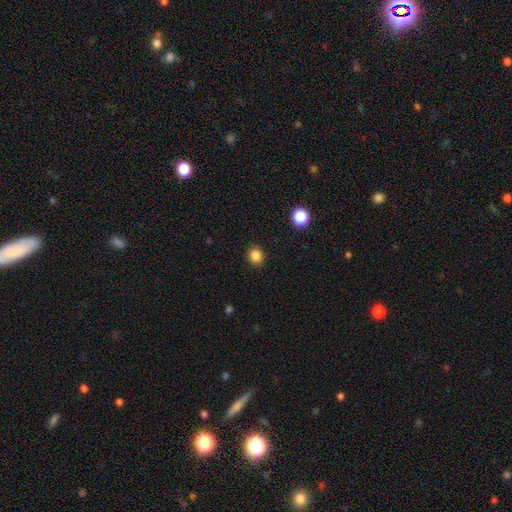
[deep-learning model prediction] A smooth galaxy with no disk features (85%) that is round (81%). Merging: none (91%).